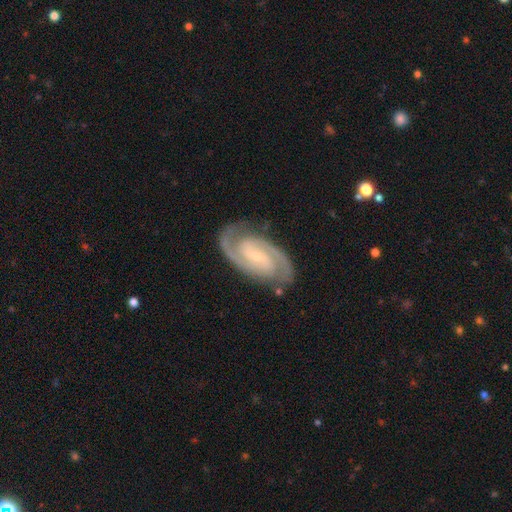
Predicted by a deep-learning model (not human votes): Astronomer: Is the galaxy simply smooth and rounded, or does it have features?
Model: featured or disk — 92%.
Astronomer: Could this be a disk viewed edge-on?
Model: no — 97%.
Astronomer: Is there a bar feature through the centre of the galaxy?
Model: weak — 44% (runner-up: no, 33%).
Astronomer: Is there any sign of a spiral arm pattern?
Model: yes — 99%.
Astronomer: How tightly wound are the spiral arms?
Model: tight — 50% (runner-up: medium, 44%).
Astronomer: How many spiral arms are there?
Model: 2 — 92%.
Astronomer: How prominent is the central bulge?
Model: small — 72%.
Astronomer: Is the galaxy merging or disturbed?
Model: none — 84%.